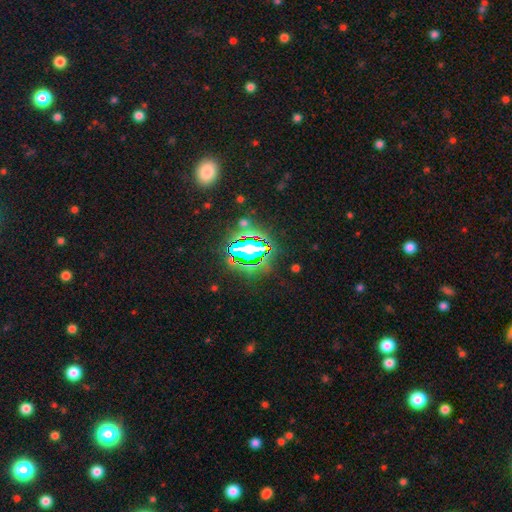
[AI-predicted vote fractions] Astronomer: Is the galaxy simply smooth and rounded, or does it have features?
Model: star or artifact — 80%.